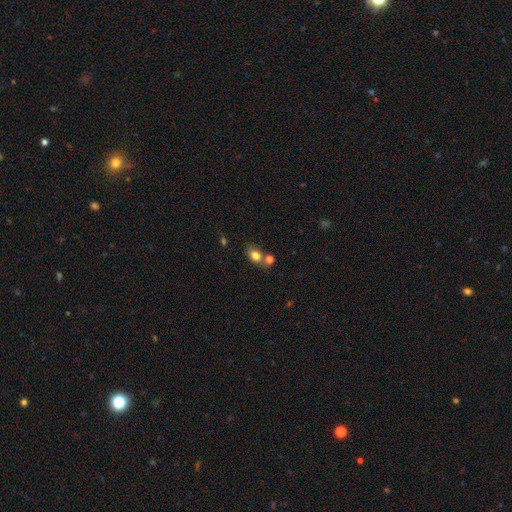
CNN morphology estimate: This is likely a smooth galaxy (79%). How rounded: likely in between (64%). Merging: possibly none (56%).